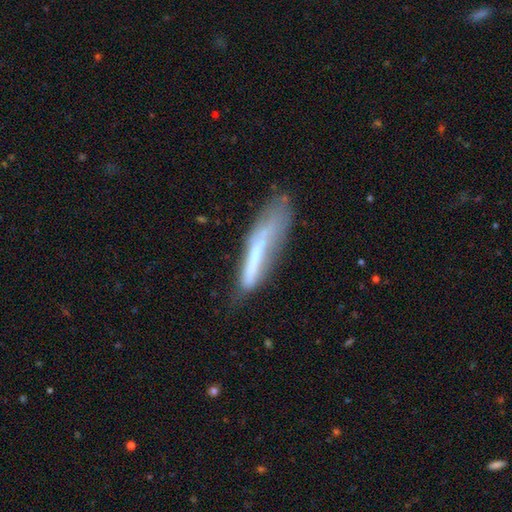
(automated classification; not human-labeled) Q: Smooth or featured?
A: smooth (49%); runner-up: featured or disk (42%)
Q: Merging?
A: none (42%); runner-up: minor disturbance (30%)